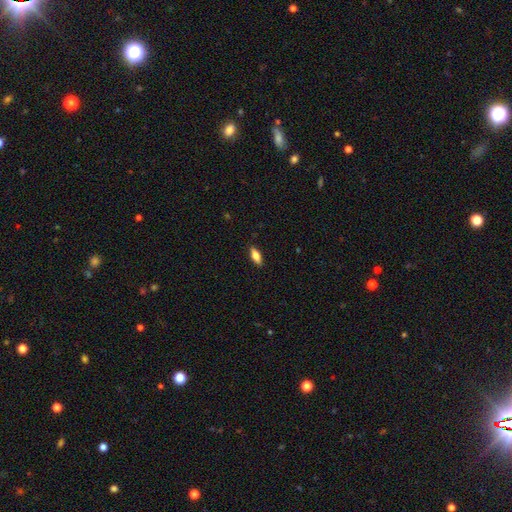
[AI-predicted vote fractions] Smooth or featured: smooth — 69% (featured or disk — 24%)
How rounded: in between — 72% (cigar-shaped — 25%)
Merging: none — 89% (minor disturbance — 9%)